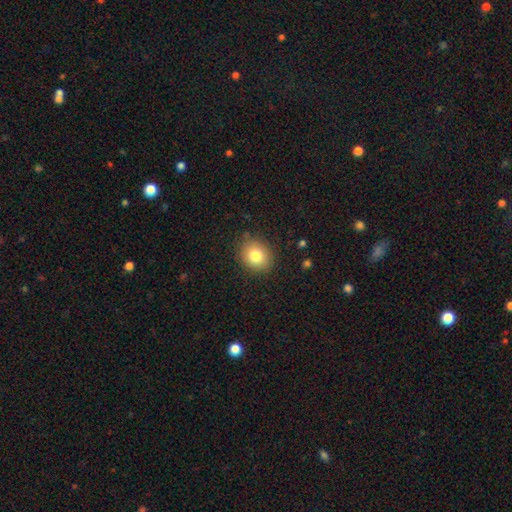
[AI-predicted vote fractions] Smooth or featured: smooth — 81% (star or artifact — 10%)
How rounded: round — 63% (in between — 36%)
Merging: none — 86% (minor disturbance — 10%)